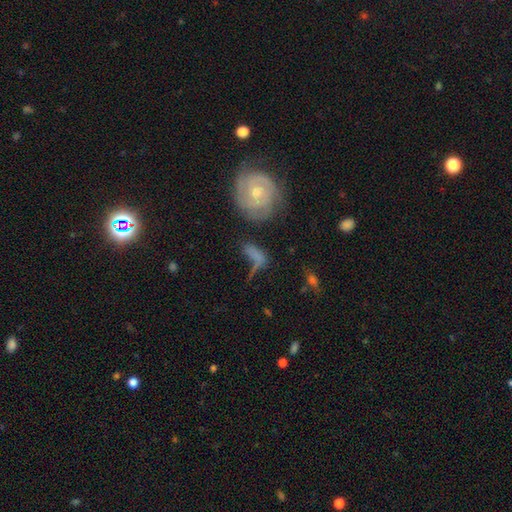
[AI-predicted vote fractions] smooth_or_featured: smooth (p=0.53) [alt: featured or disk p=0.34]
how_rounded: in between (p=0.65) [alt: cigar-shaped p=0.21]
merging: none (p=0.40) [alt: major disturbance p=0.22]